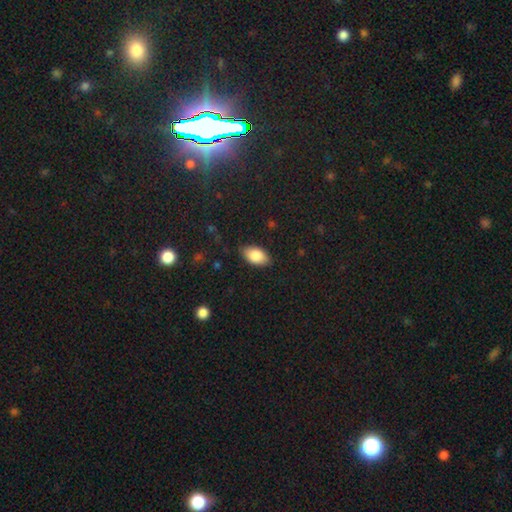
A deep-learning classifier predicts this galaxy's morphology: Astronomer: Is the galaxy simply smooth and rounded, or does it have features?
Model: smooth — 84%.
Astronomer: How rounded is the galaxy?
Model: in between — 93%.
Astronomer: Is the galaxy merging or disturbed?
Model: none — 83%.